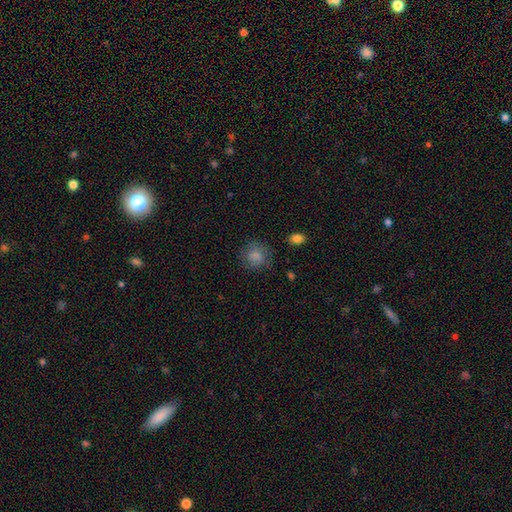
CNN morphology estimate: Smooth or featured: smooth — 79% (featured or disk — 12%)
How rounded: round — 85% (in between — 14%)
Merging: none — 76% (minor disturbance — 16%)